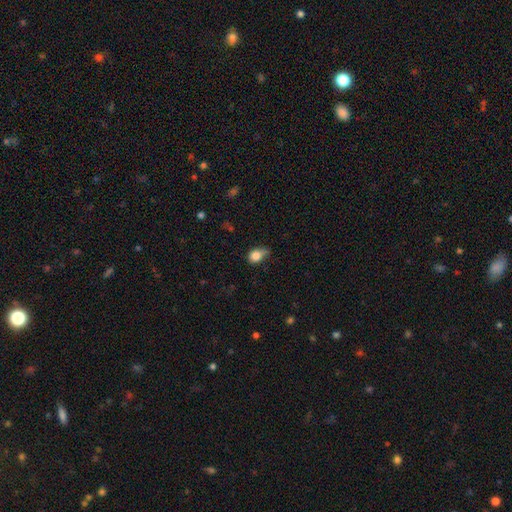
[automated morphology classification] smooth_or_featured: smooth (p=0.82) [alt: star or artifact p=0.09]
how_rounded: in between (p=0.61) [alt: round p=0.38]
merging: minor disturbance (p=0.45) [alt: none p=0.36]